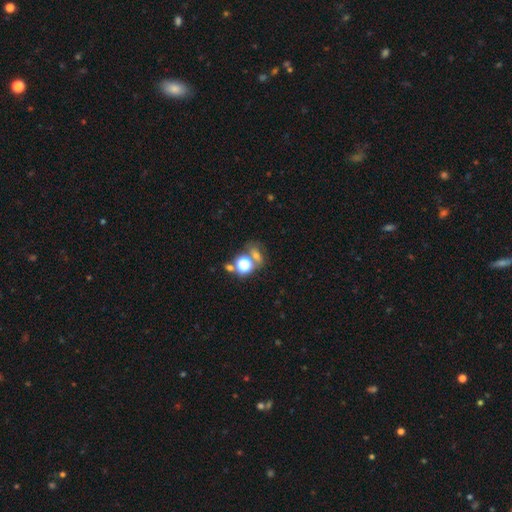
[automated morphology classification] The model was most divided on "how rounded": round: 56%, in between: 41%, cigar-shaped: 3%. More confident: smooth or featured — smooth (51%); merging — none (51%).